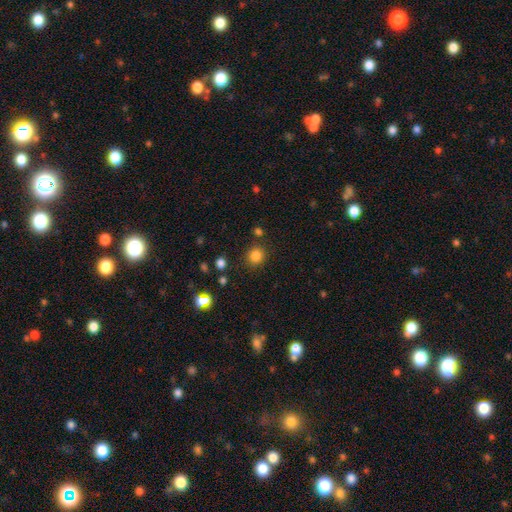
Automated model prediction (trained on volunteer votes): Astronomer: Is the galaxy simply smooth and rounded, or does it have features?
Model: smooth — 82%.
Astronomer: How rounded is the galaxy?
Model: round — 88%.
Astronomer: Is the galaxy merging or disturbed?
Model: none — 85%.